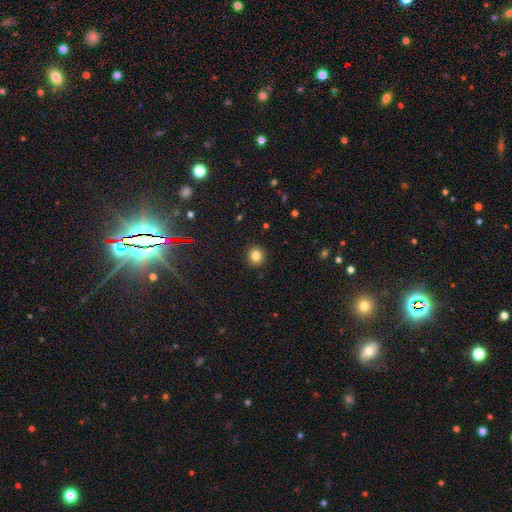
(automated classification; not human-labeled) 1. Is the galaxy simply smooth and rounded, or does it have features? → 83% smooth, 12% star or artifact, 5% featured or disk.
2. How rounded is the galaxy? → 91% round, 8% in between, 1% cigar-shaped.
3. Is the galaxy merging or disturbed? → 92% none, 5% minor disturbance, 2% major disturbance, 1% merger.